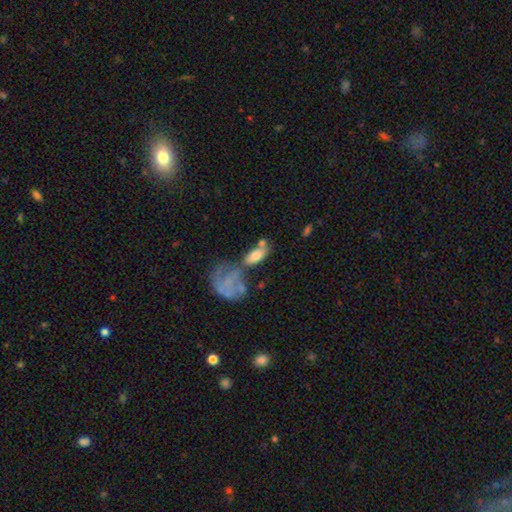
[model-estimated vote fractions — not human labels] The model was most divided on "merging": none: 40%, merger: 30%, minor disturbance: 17%, major disturbance: 13%. More confident: how rounded — in between (81%); smooth or featured — smooth (70%).